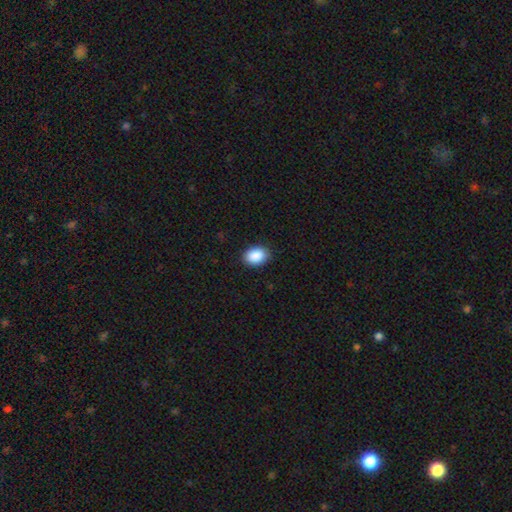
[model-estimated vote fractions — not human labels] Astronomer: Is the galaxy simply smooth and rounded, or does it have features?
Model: smooth — 90%.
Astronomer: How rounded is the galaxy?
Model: in between — 80%.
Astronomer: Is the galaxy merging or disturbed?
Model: none — 89%.